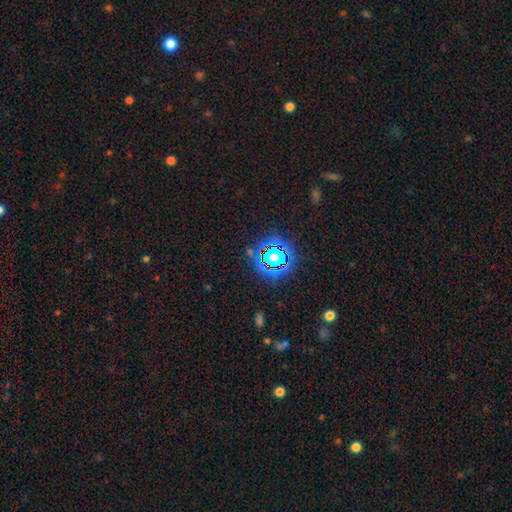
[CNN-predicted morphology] Smooth or featured: star or artifact — 80% (smooth — 12%)